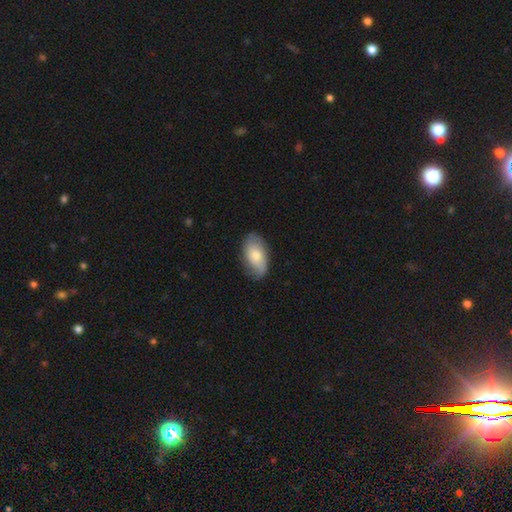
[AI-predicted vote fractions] This appears to be a smooth galaxy with no disk features (71%) that is in between round and cigar-shaped (94%). Merging: none (74%).